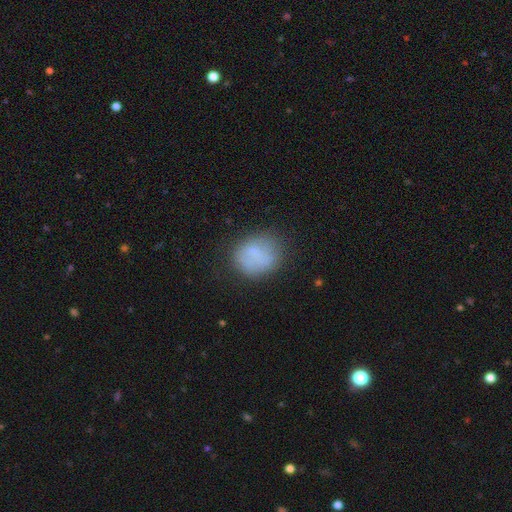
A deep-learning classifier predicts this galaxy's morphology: This appears to be a smooth galaxy with no disk features (72%) that is round (65%). Merging: none (67%).